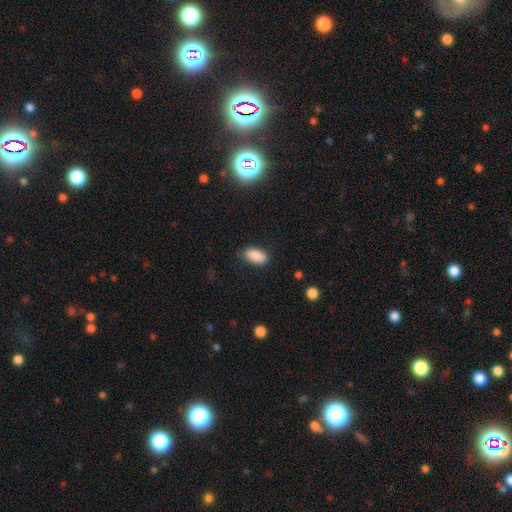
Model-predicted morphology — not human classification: Smooth or featured?
  - smooth: 88% *
  - star or artifact: 8%
  - featured or disk: 4%
How rounded?
  - in between: 93% *
  - round: 4%
  - cigar-shaped: 3%
Merging?
  - none: 77% *
  - minor disturbance: 18%
  - major disturbance: 4%
  - merger: 1%